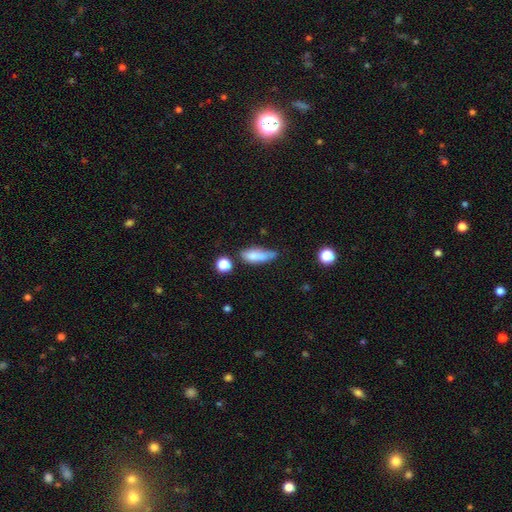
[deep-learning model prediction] Smooth or featured: smooth — 75% (featured or disk — 16%)
How rounded: in between — 64% (cigar-shaped — 32%)
Merging: none — 39% (minor disturbance — 37%)